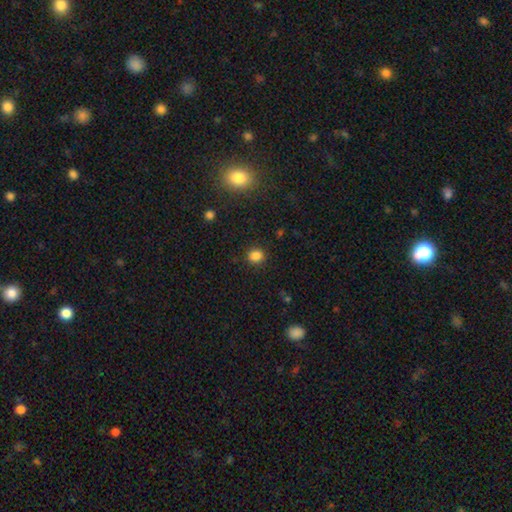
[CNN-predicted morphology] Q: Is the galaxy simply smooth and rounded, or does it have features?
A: smooth — 84%.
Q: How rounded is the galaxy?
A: round — 80%.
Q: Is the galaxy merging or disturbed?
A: none — 89%.